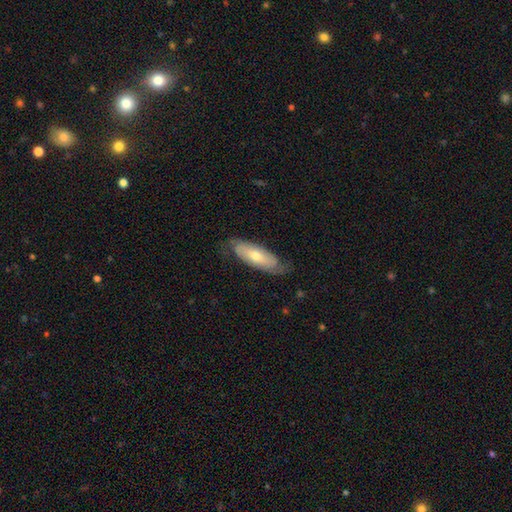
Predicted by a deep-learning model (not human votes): Smooth or featured?
  - featured or disk: 51% *
  - smooth: 43%
  - star or artifact: 6%
Edge-on disk?
  - no: 77% *
  - yes: 23%
Merging?
  - none: 69% *
  - minor disturbance: 22%
  - major disturbance: 8%
  - merger: 1%